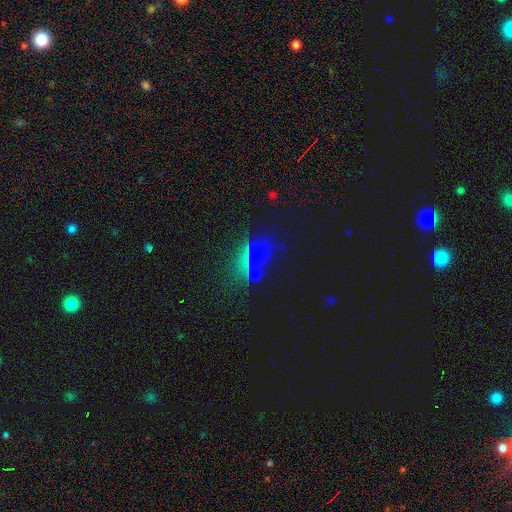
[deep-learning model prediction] The model was most divided on "smooth or featured": smooth: 53%, star or artifact: 34%, featured or disk: 12%. More confident: merging — none (64%); how rounded — in between (61%).